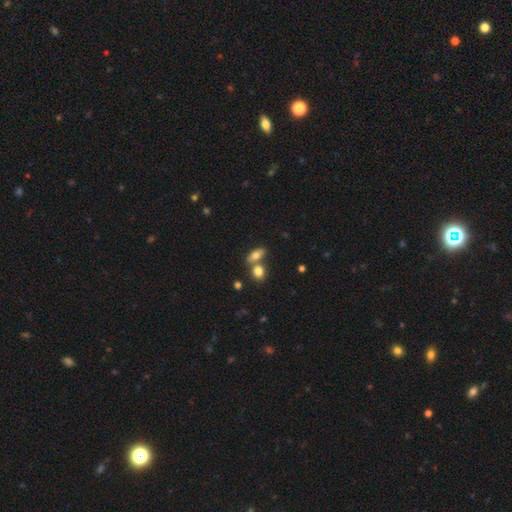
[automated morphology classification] Smooth or featured? smooth (73%)
How rounded? in between (76%)
Merging? none (52%)